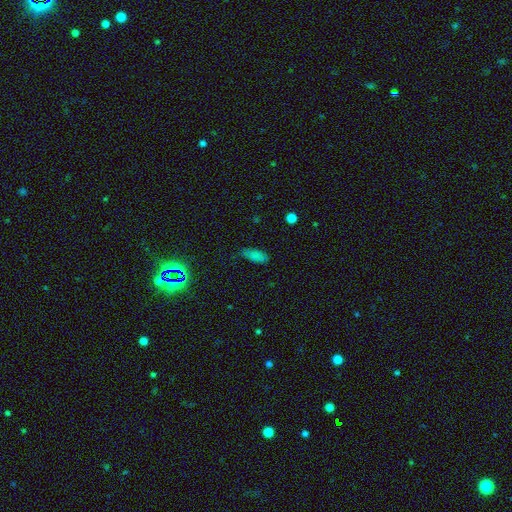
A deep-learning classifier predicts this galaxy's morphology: This is likely a smooth galaxy (79%). How rounded: likely in between (76%). Merging: likely none (68%).